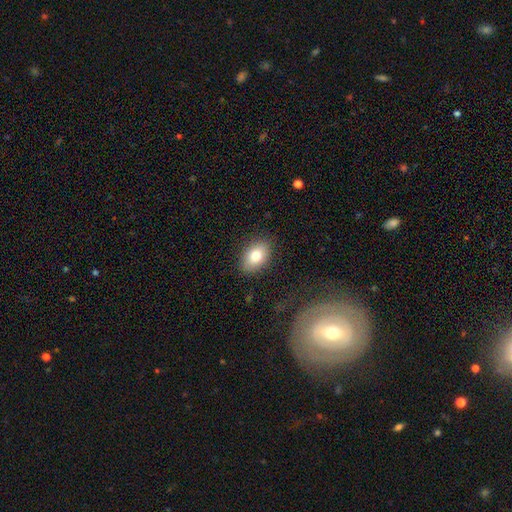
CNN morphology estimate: A smooth galaxy with no disk features (80%) that is in between round and cigar-shaped (87%).

Vote fractions:
- Smooth or featured? smooth: 80% / featured or disk: 12% / star or artifact: 8%
- How rounded? in between: 87% / round: 12% / cigar-shaped: 1%
- Merging? none: 87% / minor disturbance: 10% / major disturbance: 3% / merger: 1%